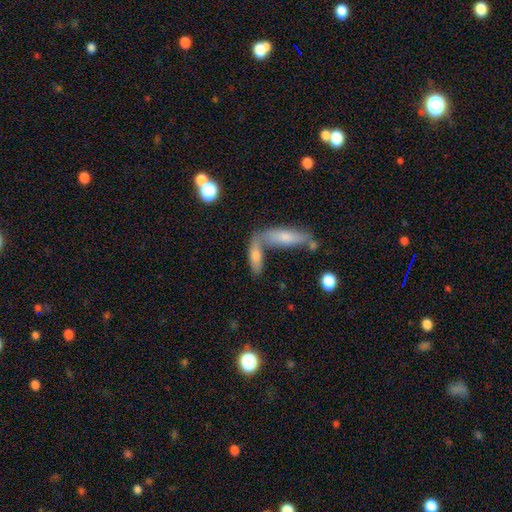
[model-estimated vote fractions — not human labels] Smooth or featured?
  - smooth: 70% *
  - featured or disk: 22%
  - star or artifact: 8%
How rounded?
  - in between: 52% *
  - cigar-shaped: 44%
  - round: 3%
Merging?
  - merger: 51% *
  - none: 34%
  - minor disturbance: 10%
  - major disturbance: 5%